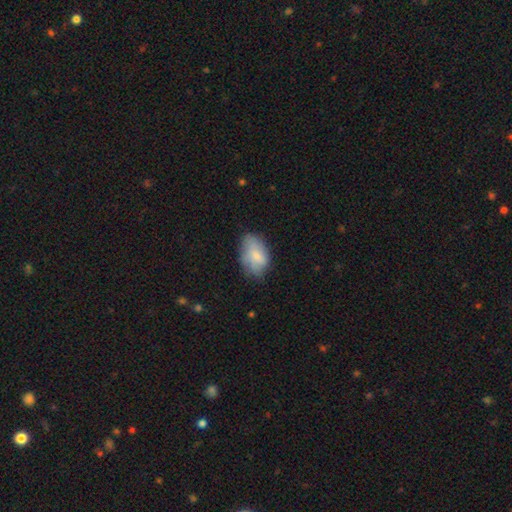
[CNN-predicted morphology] smooth 72%, featured or disk 21%, star or artifact 7%. Down the decision tree: how rounded — in between (91%); merging — none (60%).